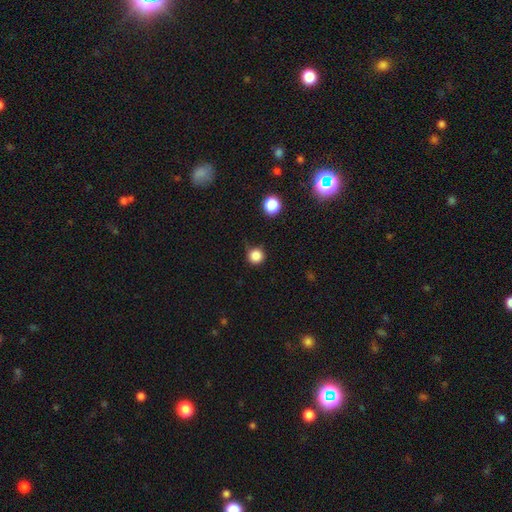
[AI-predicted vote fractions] Morphology: type=smooth (85%); roundness=round (95%); merging=none (78%).